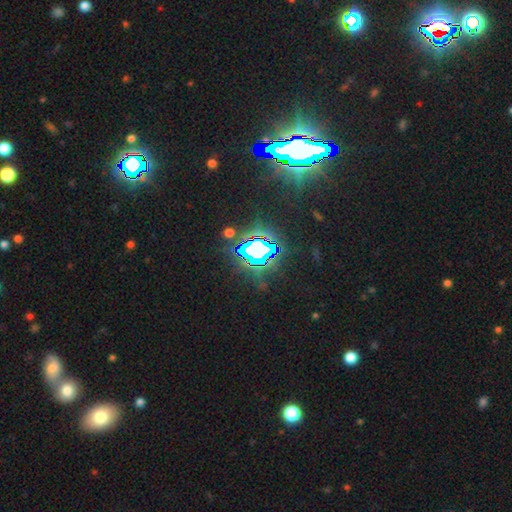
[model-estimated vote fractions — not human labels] Smooth or featured? star or artifact (77%)